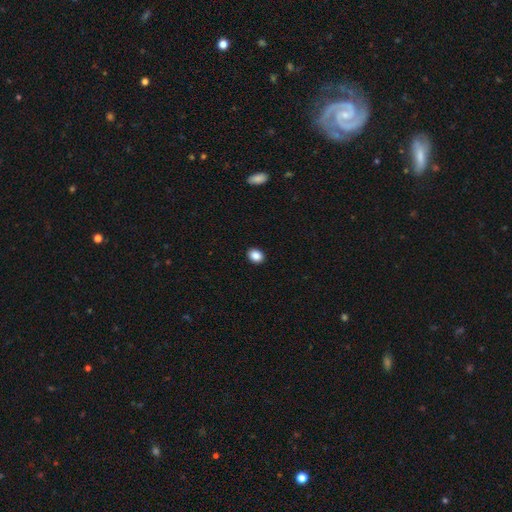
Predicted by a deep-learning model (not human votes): Smooth or featured? Predicted: smooth (p=0.88). How rounded? Predicted: in between (p=0.56). Merging? Predicted: none (p=0.91).